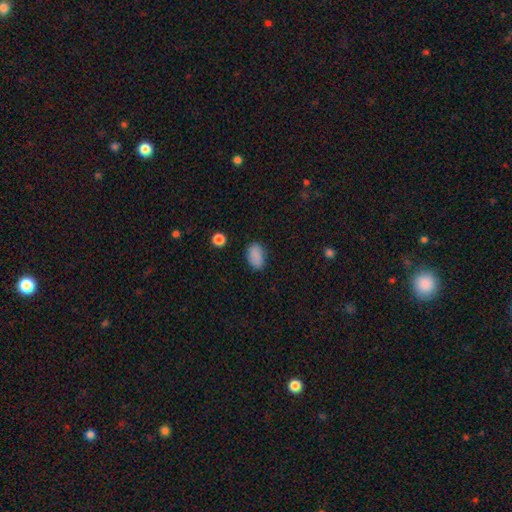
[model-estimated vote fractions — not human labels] Q: Smooth or featured?
A: smooth (87%); runner-up: star or artifact (9%)
Q: How rounded?
A: in between (89%); runner-up: round (10%)
Q: Merging?
A: none (82%); runner-up: minor disturbance (14%)